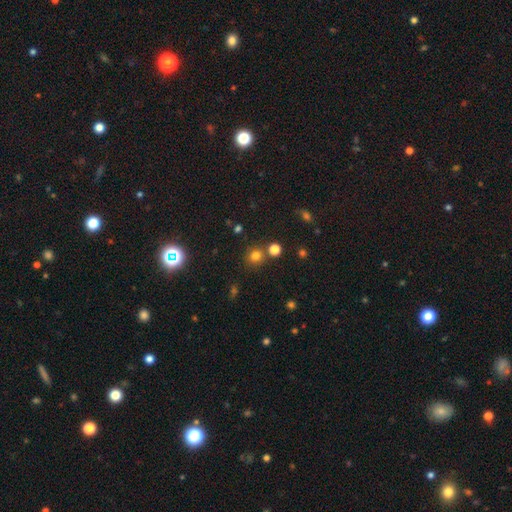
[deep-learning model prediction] Q: Smooth or featured?
A: smooth (75%); runner-up: star or artifact (19%)
Q: How rounded?
A: round (87%); runner-up: in between (12%)
Q: Merging?
A: none (76%); runner-up: merger (13%)